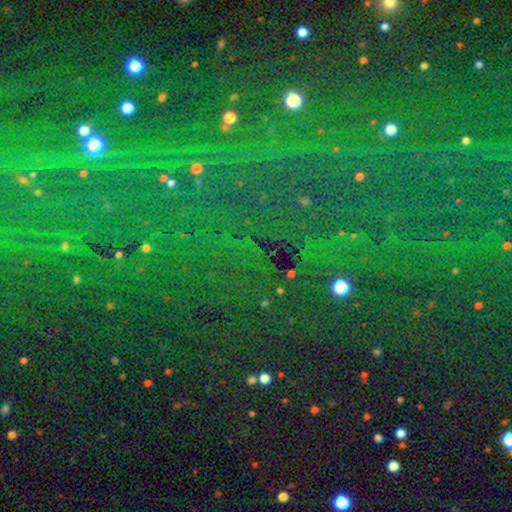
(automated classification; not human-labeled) Smooth or featured?
  - star or artifact: 83% *
  - smooth: 10%
  - featured or disk: 7%